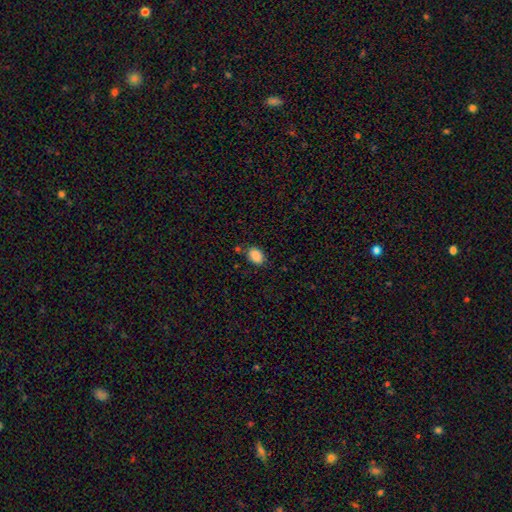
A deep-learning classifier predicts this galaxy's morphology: This appears to be a smooth galaxy with no disk features (87%) that is in between round and cigar-shaped (82%). Merging: none (76%).